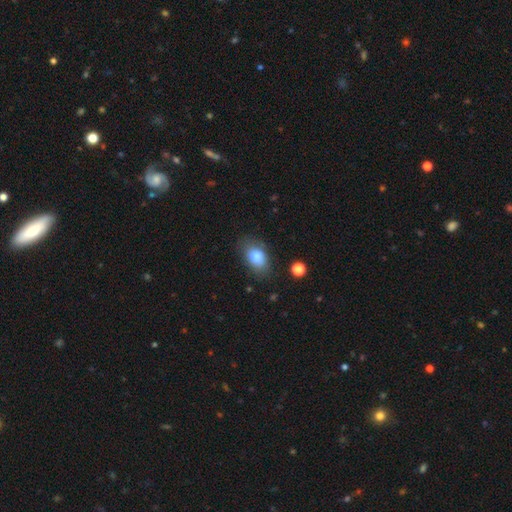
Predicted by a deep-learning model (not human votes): Smooth or featured: smooth — 82% (featured or disk — 10%)
How rounded: in between — 87% (round — 12%)
Merging: none — 73% (minor disturbance — 19%)